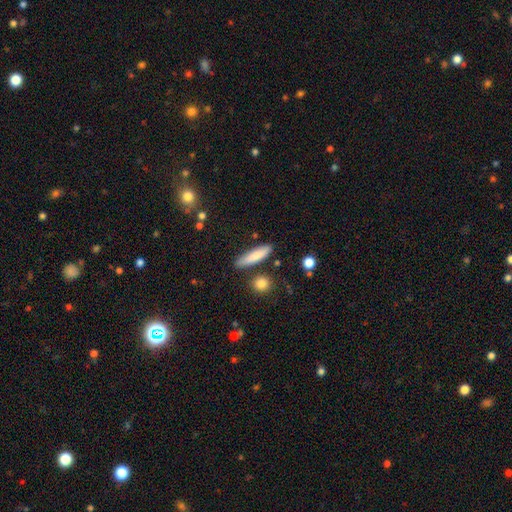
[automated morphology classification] smooth-or-featured: smooth: 79% | featured or disk: 14% | star or artifact: 7%
  how-rounded: cigar-shaped: 73% | in between: 24% | round: 2%
  merging: none: 81% | minor disturbance: 12% | merger: 5% | major disturbance: 3%